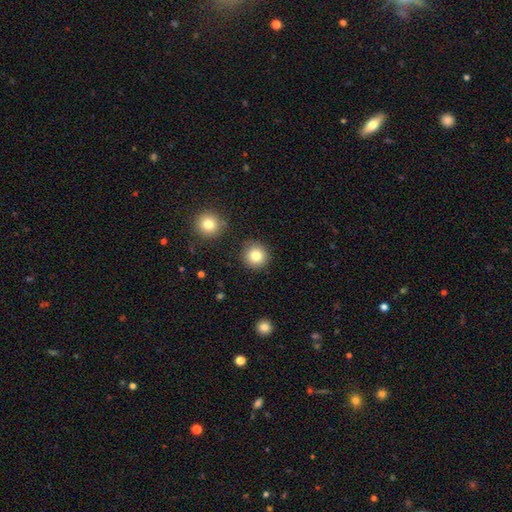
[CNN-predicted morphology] A smooth galaxy with no disk features (82%) that is round (94%). Merging: none (87%).